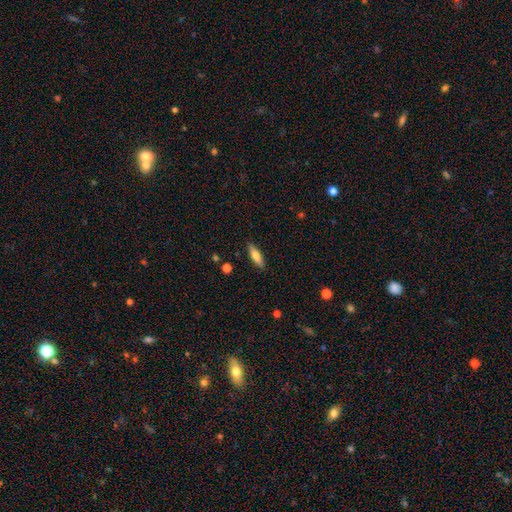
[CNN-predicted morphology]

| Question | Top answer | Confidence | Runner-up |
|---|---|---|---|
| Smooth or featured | smooth | 69% | featured or disk (25%) |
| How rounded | cigar-shaped | 58% | in between (39%) |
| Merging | none | 88% | minor disturbance (8%) |